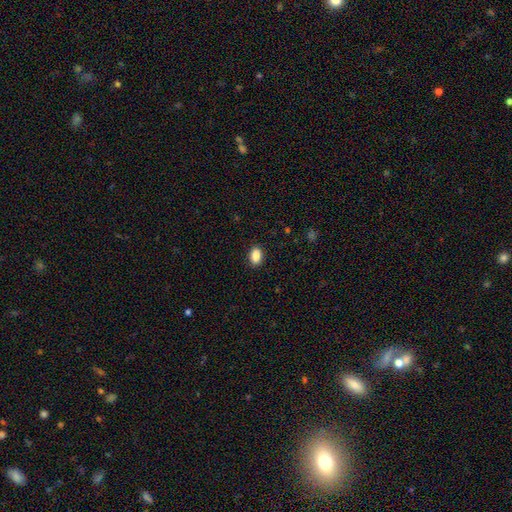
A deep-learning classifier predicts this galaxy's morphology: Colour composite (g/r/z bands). It shows a smooth galaxy with no disk features (89%) that is in between round and cigar-shaped (88%). Merging: none (89%).